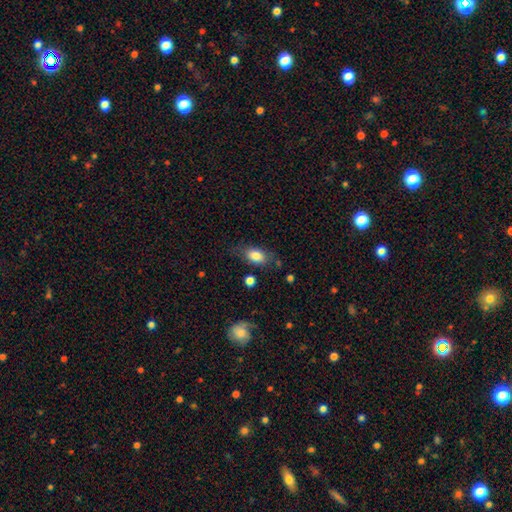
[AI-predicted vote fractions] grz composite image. It shows a smooth galaxy with no disk features (81%) that is in between round and cigar-shaped (86%). Merging: none (70%).